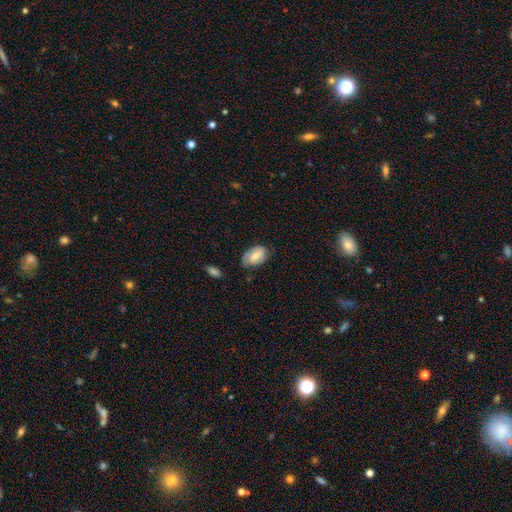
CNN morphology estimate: A smooth galaxy with no disk features (57%) that is in between round and cigar-shaped (90%).

Vote fractions:
- Smooth or featured? smooth: 57% / featured or disk: 36% / star or artifact: 7%
- How rounded? in between: 90% / round: 8% / cigar-shaped: 2%
- Merging? none: 65% / minor disturbance: 26% / major disturbance: 7% / merger: 2%